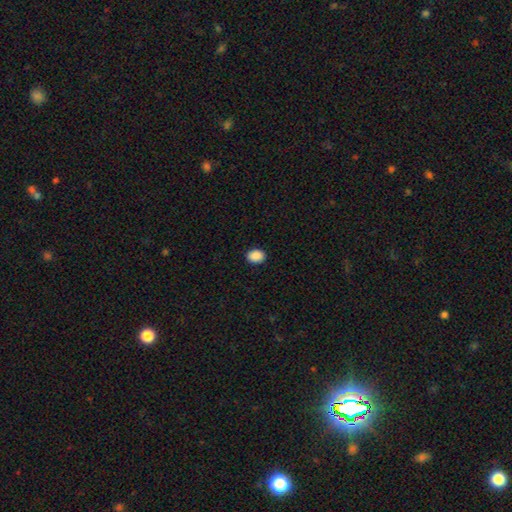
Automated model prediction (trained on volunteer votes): Smooth or featured?
  - smooth: 90% *
  - star or artifact: 8%
  - featured or disk: 2%
How rounded?
  - in between: 66% *
  - round: 33%
  - cigar-shaped: 1%
Merging?
  - none: 91% *
  - minor disturbance: 7%
  - major disturbance: 2%
  - merger: 1%